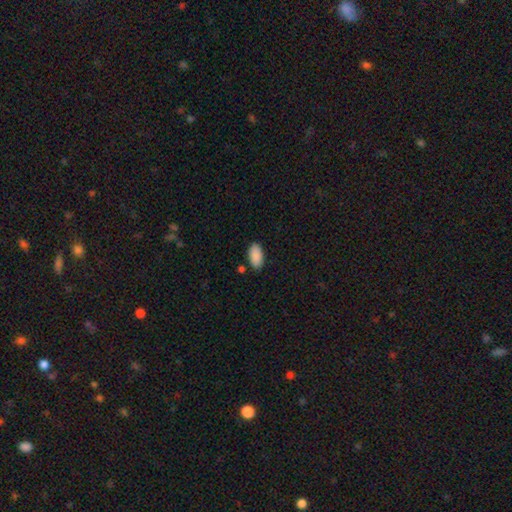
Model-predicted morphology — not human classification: Smooth or featured?
  - smooth: 90% *
  - star or artifact: 7%
  - featured or disk: 3%
How rounded?
  - in between: 94% *
  - cigar-shaped: 3%
  - round: 2%
Merging?
  - none: 84% *
  - minor disturbance: 10%
  - merger: 3%
  - major disturbance: 2%